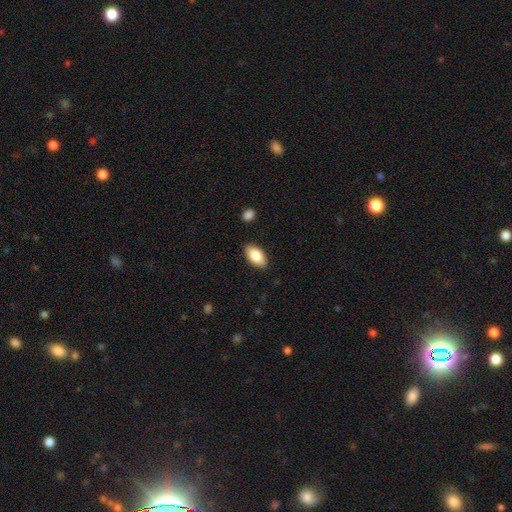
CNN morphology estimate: This is clearly a smooth galaxy (84%). How rounded: clearly in between (92%). Merging: clearly none (87%).